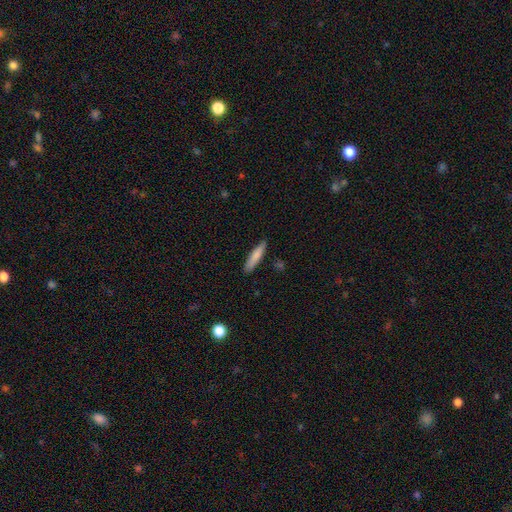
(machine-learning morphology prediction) A smooth galaxy with no disk features (80%) that is cigar-shaped (85%).

Vote fractions:
- Smooth or featured? smooth: 80% / featured or disk: 15% / star or artifact: 6%
- How rounded? cigar-shaped: 85% / in between: 14% / round: 1%
- Merging? none: 87% / minor disturbance: 10% / major disturbance: 2% / merger: 2%